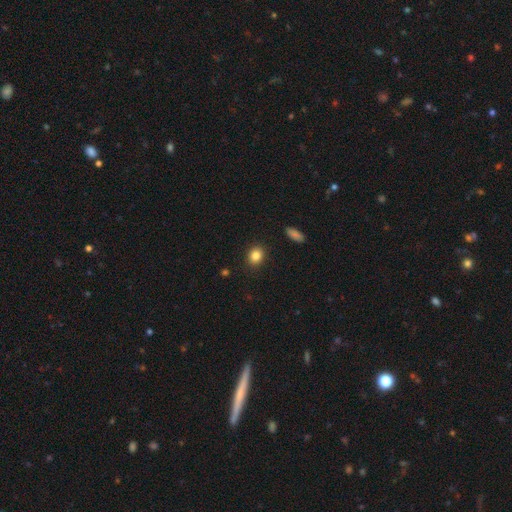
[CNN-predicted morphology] This appears to be a smooth galaxy with no disk features (85%) that is round (58%). Merging: none (89%).